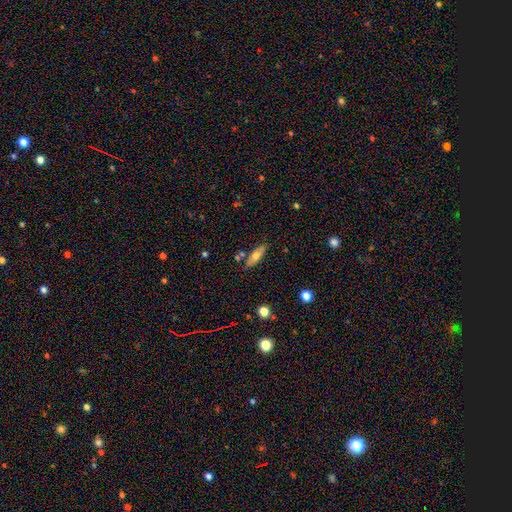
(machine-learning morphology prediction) A smooth galaxy with no disk features (61%) that is in between round and cigar-shaped (51%). Merging: none (77%).